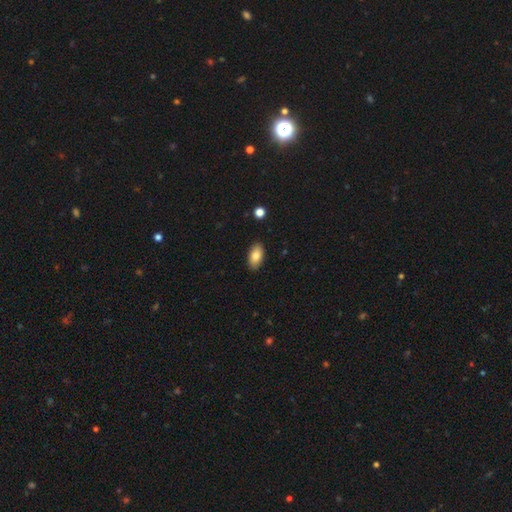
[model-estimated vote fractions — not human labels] A smooth galaxy with no disk features (84%) that is in between round and cigar-shaped (93%).

Vote fractions:
- Smooth or featured? smooth: 84% / featured or disk: 9% / star or artifact: 7%
- How rounded? in between: 93% / round: 4% / cigar-shaped: 3%
- Merging? none: 88% / minor disturbance: 8% / major disturbance: 2% / merger: 1%